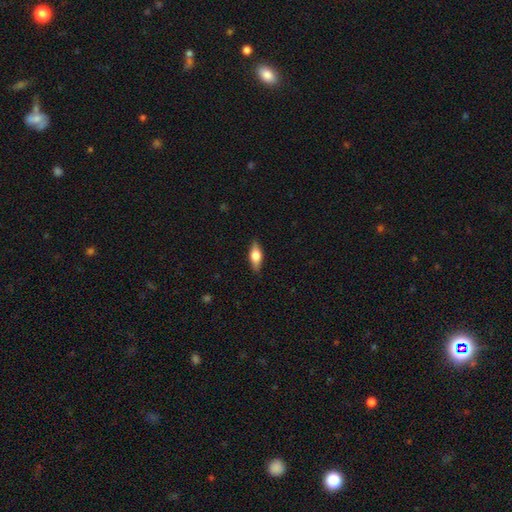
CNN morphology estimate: Overall: smooth (56%; featured or disk 37%). How rounded: in between (73%). Merging: none (86%).